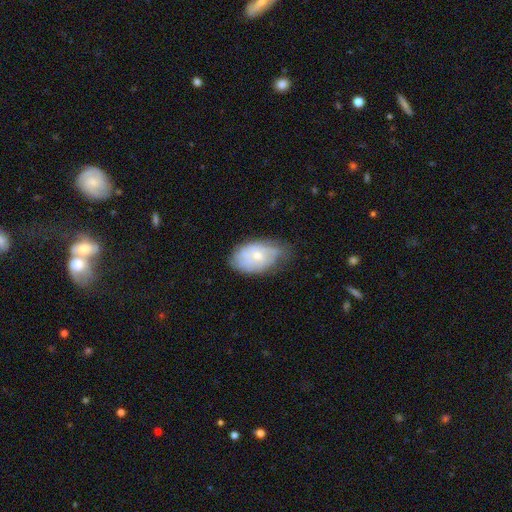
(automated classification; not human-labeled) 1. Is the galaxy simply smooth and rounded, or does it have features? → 51% featured or disk, 42% smooth, 7% star or artifact.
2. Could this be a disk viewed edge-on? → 95% no, 5% yes.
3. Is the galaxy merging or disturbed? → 57% none, 32% minor disturbance, 10% major disturbance, 2% merger.